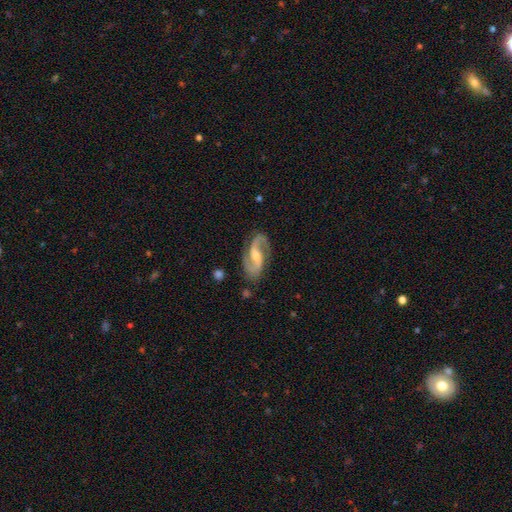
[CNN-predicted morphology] Smooth or featured? featured or disk (91%)
Edge-on disk? no (97%)
Bar? weak (44%)
Spiral arms? yes (98%)
Spiral winding? medium (54%)
Spiral arm count? 2 (93%)
Bulge size? moderate (52%)
Merging? none (80%)